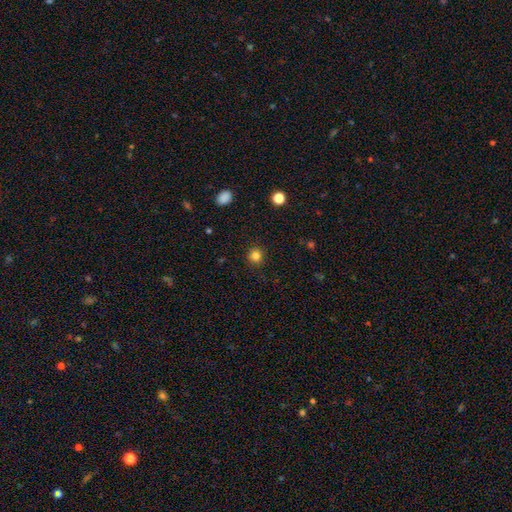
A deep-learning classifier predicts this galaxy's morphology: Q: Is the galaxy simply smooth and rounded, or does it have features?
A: smooth — 82%.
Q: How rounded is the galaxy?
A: round — 92%.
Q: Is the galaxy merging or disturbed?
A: none — 91%.